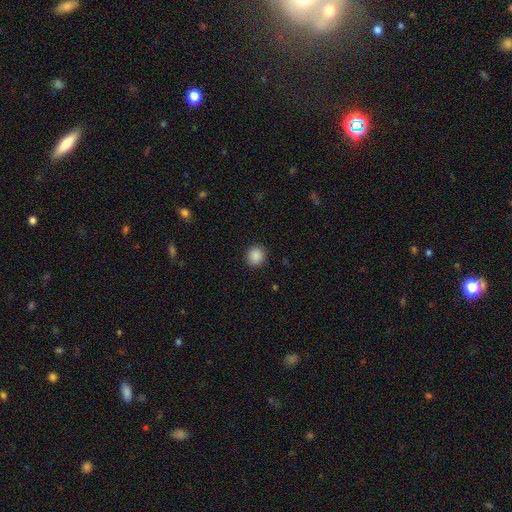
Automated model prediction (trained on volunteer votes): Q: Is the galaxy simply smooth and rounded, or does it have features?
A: smooth — 88%.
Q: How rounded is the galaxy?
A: round — 88%.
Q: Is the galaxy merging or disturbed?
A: none — 92%.